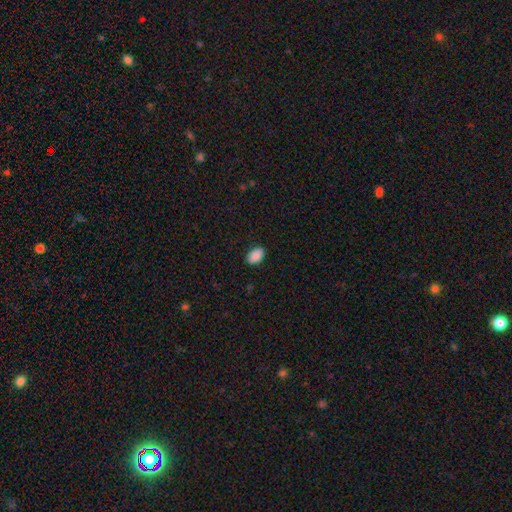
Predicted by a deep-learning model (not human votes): Overall: smooth (89%). How rounded: in between (91%). Merging: none (87%).